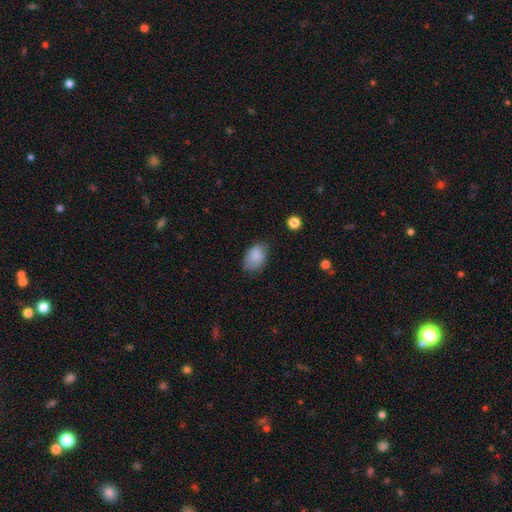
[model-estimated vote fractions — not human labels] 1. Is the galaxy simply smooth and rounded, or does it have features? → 86% smooth, 8% star or artifact, 7% featured or disk.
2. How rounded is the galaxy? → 85% in between, 14% round, 1% cigar-shaped.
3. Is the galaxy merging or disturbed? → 66% none, 27% minor disturbance, 6% major disturbance, 2% merger.